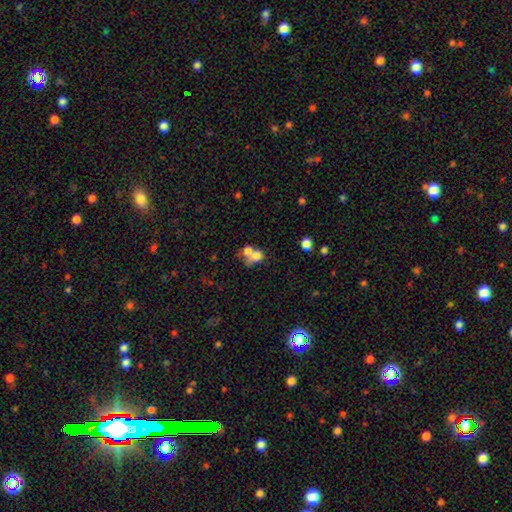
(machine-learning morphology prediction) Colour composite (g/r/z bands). It shows a smooth galaxy with no disk features (70%) that is round (61%). Merging: merger (63%).